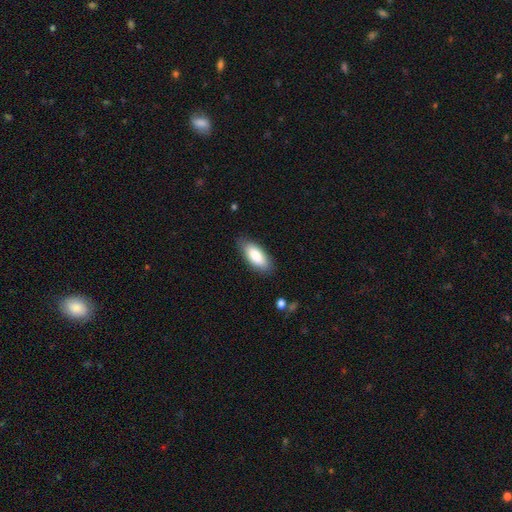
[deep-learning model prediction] The model was most divided on "how rounded": in between: 84%, cigar-shaped: 15%, round: 2%. More confident: smooth or featured — smooth (85%); merging — none (83%).